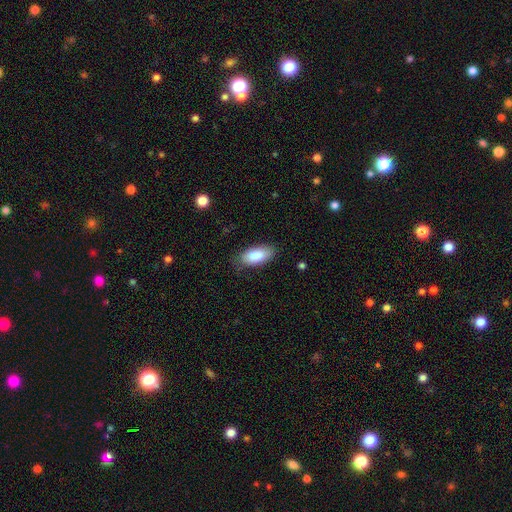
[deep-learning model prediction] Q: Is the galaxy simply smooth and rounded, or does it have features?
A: smooth — 86%.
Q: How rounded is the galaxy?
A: in between — 88%.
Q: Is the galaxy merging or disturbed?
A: none — 80%.